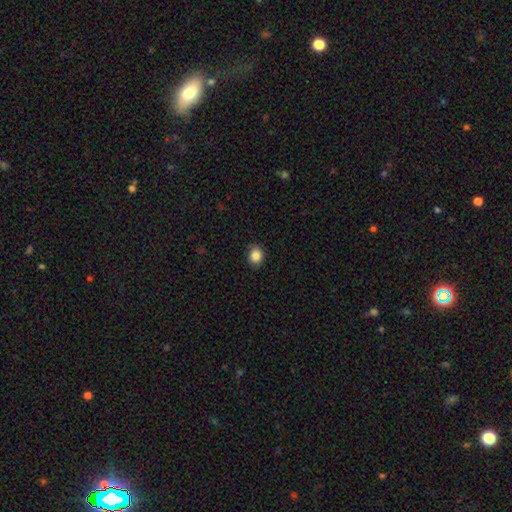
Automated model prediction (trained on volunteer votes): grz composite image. It shows a smooth galaxy with no disk features (86%) that is round (66%). Merging: none (86%).